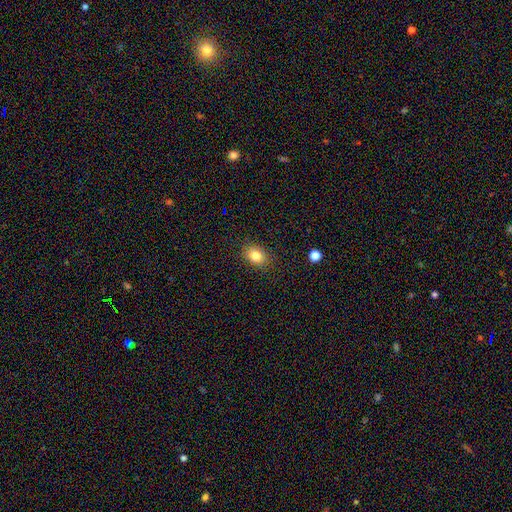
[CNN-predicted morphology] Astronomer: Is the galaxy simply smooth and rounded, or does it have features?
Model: smooth — 82%.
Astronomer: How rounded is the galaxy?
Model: in between — 65%.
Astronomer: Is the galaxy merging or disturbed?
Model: none — 87%.